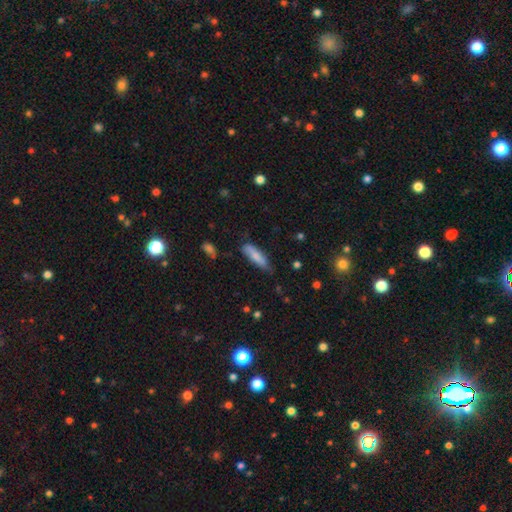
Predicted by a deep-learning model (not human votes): A smooth galaxy with no disk features (78%) that is cigar-shaped (58%). Merging: none (62%).